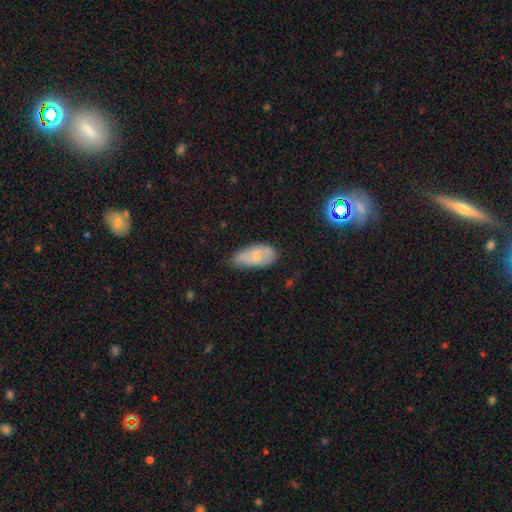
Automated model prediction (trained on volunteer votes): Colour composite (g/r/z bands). It shows a smooth galaxy with no disk features (63%) that is in between round and cigar-shaped (90%). Merging: none (46%).